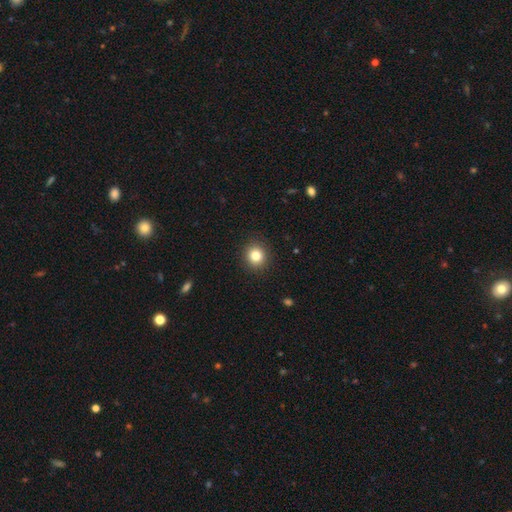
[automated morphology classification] Smooth or featured? Predicted: smooth (p=0.83). How rounded? Predicted: round (p=0.90). Merging? Predicted: none (p=0.92).